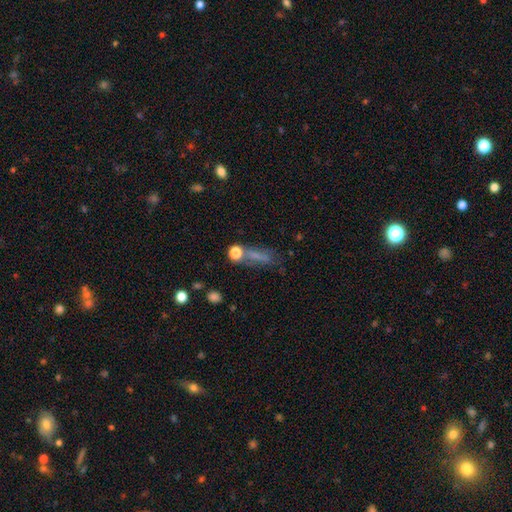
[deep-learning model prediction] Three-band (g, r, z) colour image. It shows a smooth galaxy with no disk features (57%) that is cigar-shaped (51%). Merging: none (51%).